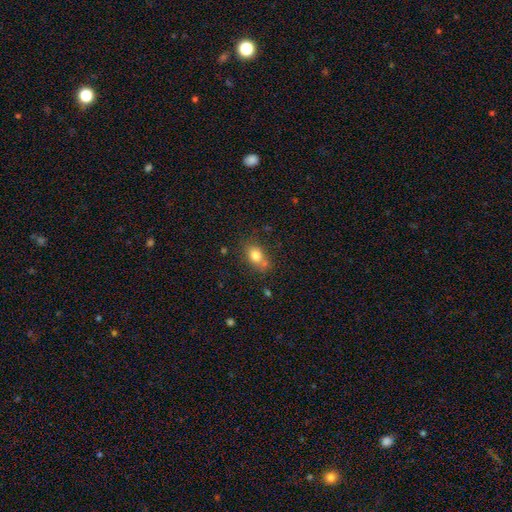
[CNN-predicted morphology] Overall: smooth (79%). How rounded: in between (72%). Merging: none (65%).